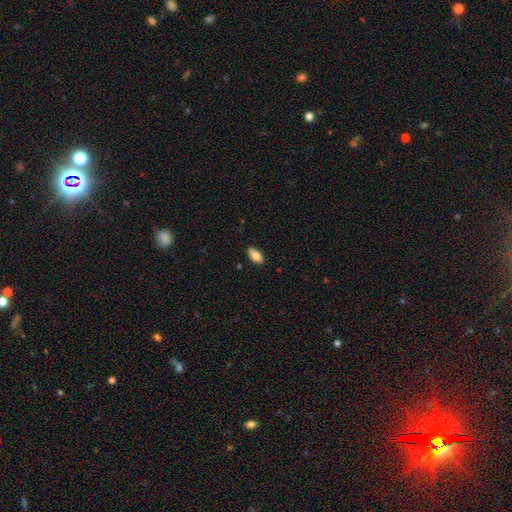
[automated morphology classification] This appears to be a smooth galaxy with no disk features (83%) that is in between round and cigar-shaped (88%). Merging: none (88%).